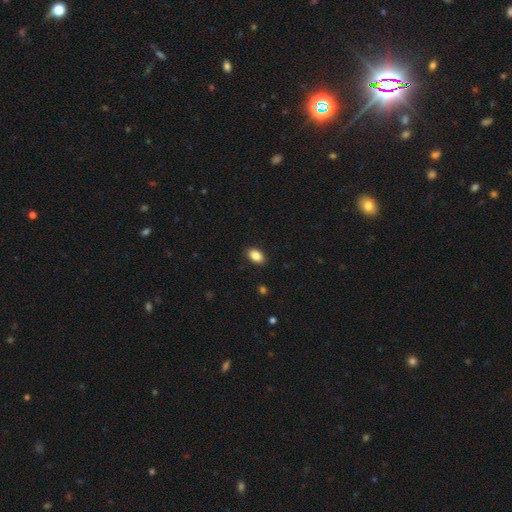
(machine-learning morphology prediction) Smooth or featured: smooth — 88% (star or artifact — 8%)
How rounded: in between — 89% (round — 10%)
Merging: none — 89% (minor disturbance — 8%)